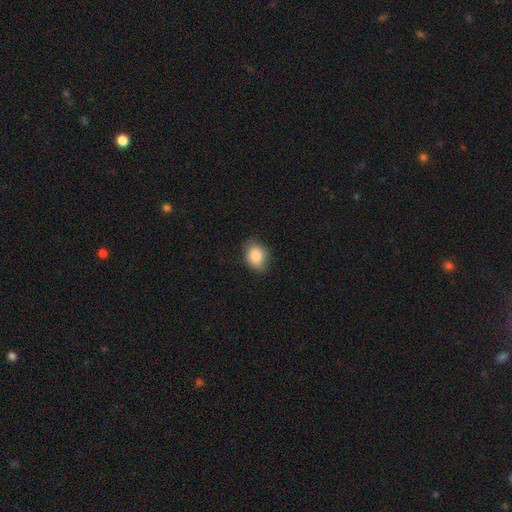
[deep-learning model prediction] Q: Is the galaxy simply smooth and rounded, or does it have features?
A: smooth — 85%.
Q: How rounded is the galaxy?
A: in between — 63%.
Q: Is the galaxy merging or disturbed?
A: none — 79%.